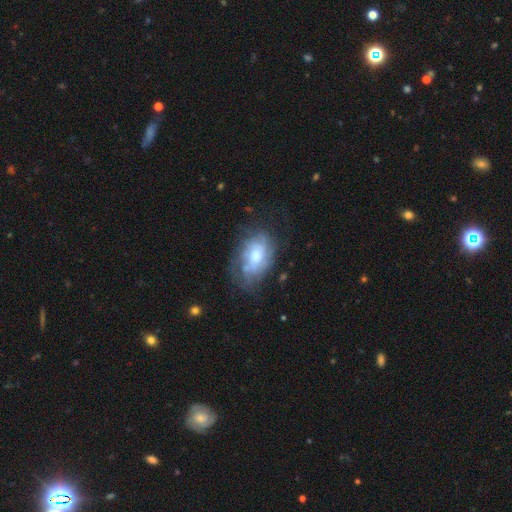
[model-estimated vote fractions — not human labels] smooth-or-featured: featured or disk: 61% | smooth: 31% | star or artifact: 9%
  disk-edge-on: no: 95% | yes: 5%
    bar: no: 73% | weak: 23% | strong: 4%
    has-spiral-arms: yes: 69% | no: 31%
    bulge-size: moderate: 57% | small: 22% | large: 16% | none: 4% | dominant: 2%
  merging: none: 57% | minor disturbance: 25% | major disturbance: 15% | merger: 3%